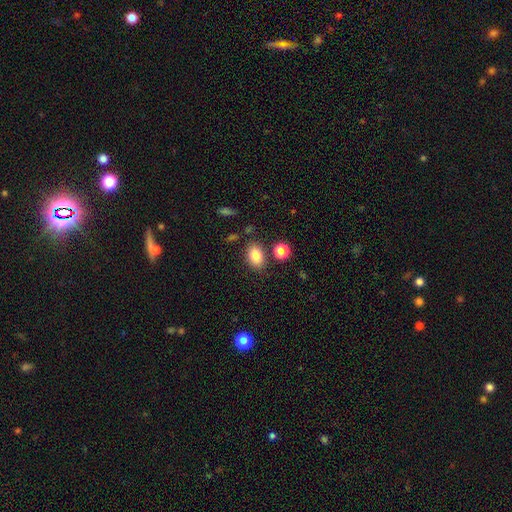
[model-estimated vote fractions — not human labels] A smooth galaxy with no disk features (83%) that is in between round and cigar-shaped (81%). Merging: none (79%).